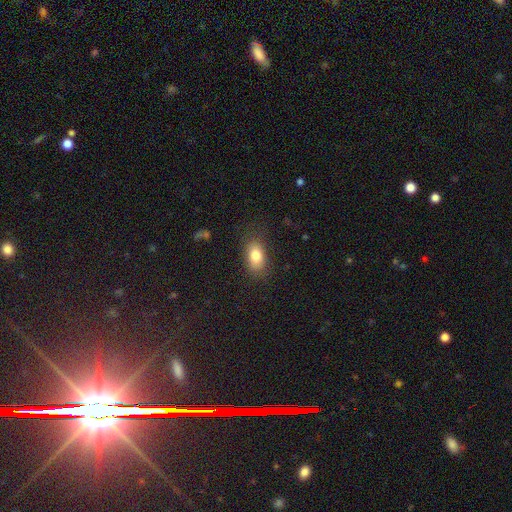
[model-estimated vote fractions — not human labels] This appears to be a smooth galaxy with no disk features (81%) that is in between round and cigar-shaped (87%). Merging: none (81%).